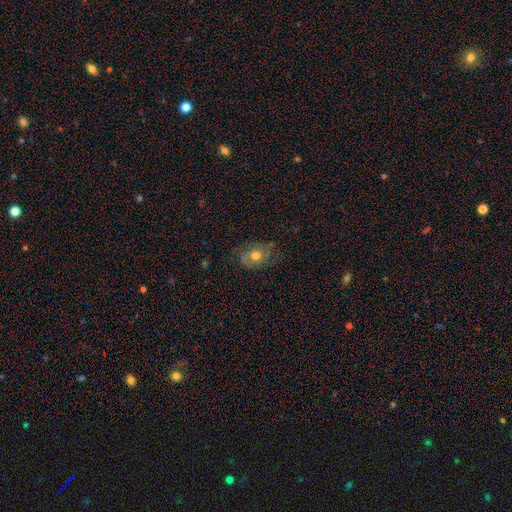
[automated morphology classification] smooth 46%, featured or disk 43%, star or artifact 11%. Down the decision tree: merging — none (64%).